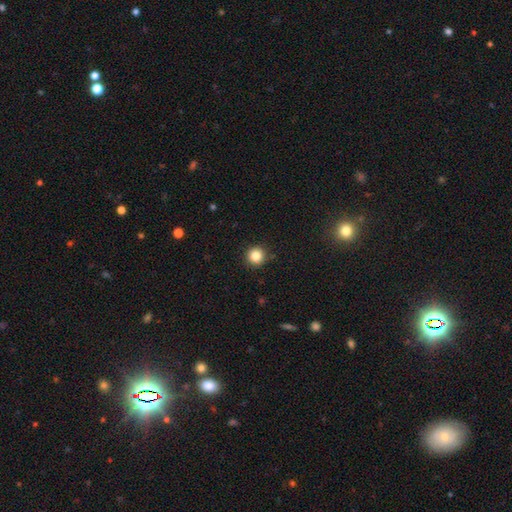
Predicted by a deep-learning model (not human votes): Smooth or featured? Predicted: smooth (p=0.85). How rounded? Predicted: round (p=0.95). Merging? Predicted: none (p=0.91).